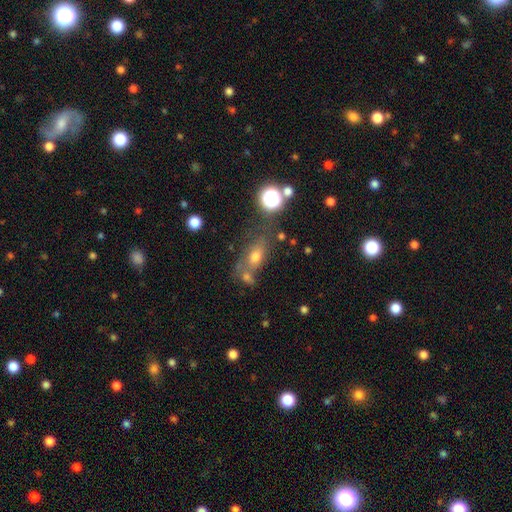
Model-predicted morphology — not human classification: smooth_or_featured: smooth (p=0.64) [alt: featured or disk p=0.19]
how_rounded: in between (p=0.68) [alt: round p=0.22]
merging: none (p=0.53) [alt: merger p=0.22]